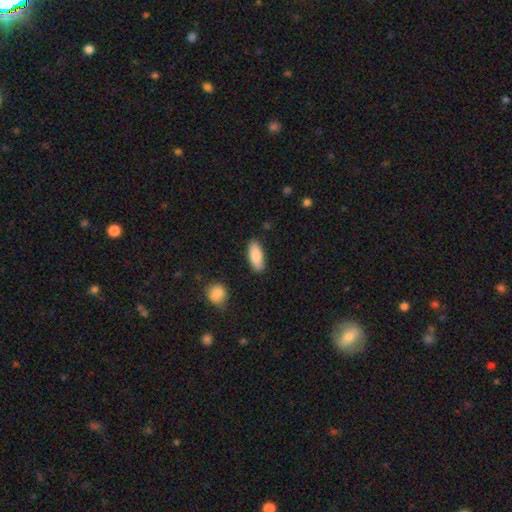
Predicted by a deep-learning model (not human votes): smooth_or_featured: smooth (p=0.85) [alt: featured or disk p=0.09]
how_rounded: in between (p=0.81) [alt: cigar-shaped p=0.17]
merging: none (p=0.84) [alt: minor disturbance p=0.12]